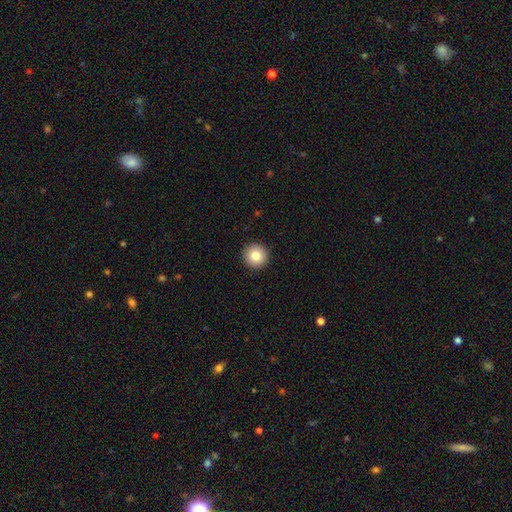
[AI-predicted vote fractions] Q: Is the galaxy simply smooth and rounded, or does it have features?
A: smooth — 83%.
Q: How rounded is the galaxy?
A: round — 96%.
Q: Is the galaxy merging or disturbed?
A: none — 93%.